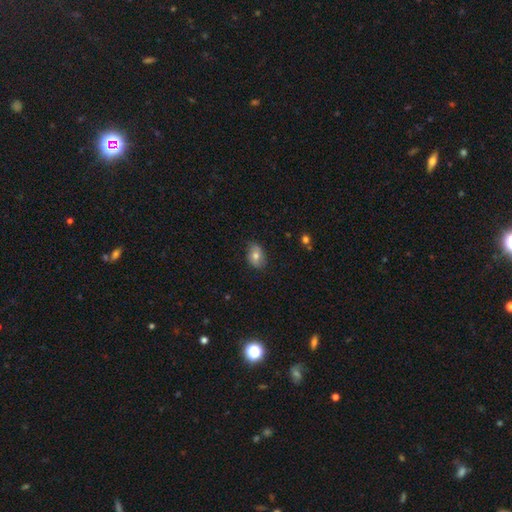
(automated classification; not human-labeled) Smooth or featured: smooth — 72% (featured or disk — 19%)
How rounded: in between — 80% (round — 18%)
Merging: none — 79% (minor disturbance — 17%)